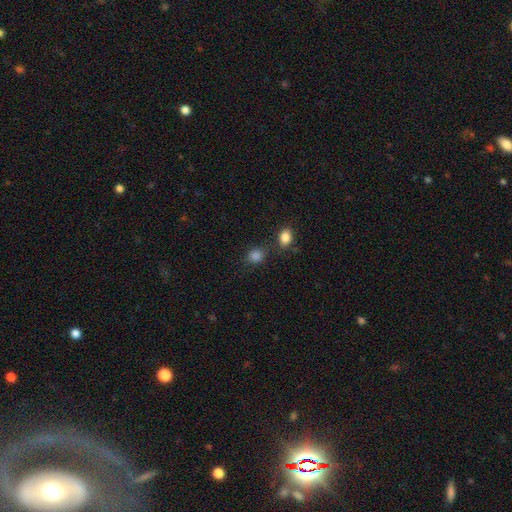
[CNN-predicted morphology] This is clearly a smooth galaxy (84%). How rounded: likely round (65%). Merging: likely none (72%).